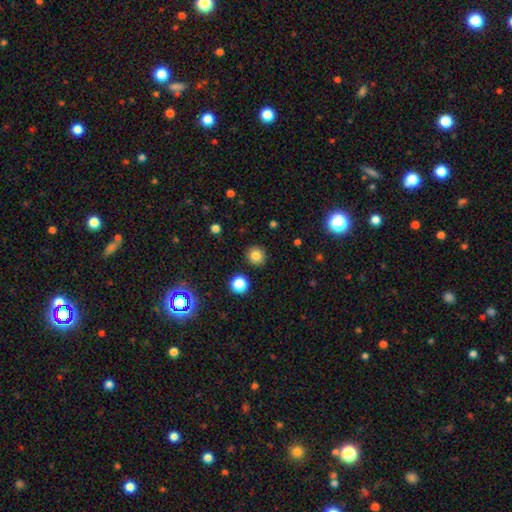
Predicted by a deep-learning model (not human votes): This is clearly a smooth galaxy (82%). How rounded: clearly round (93%). Merging: clearly none (90%).